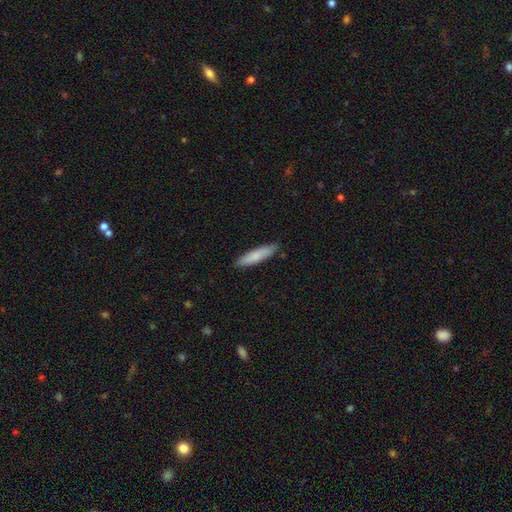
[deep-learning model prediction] Smooth or featured? smooth (81%)
How rounded? cigar-shaped (80%)
Merging? none (88%)